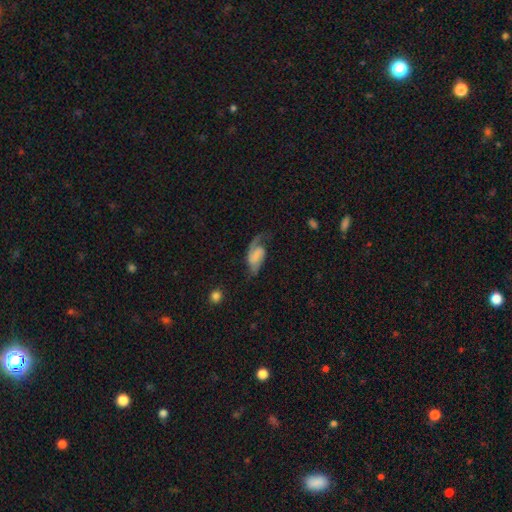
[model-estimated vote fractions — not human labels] Smooth or featured: featured or disk — 69% (smooth — 23%)
Edge-on disk: no — 96% (yes — 4%)
Bar: weak — 41% (no — 37%)
Spiral arms: yes — 92% (no — 8%)
Spiral winding: loose — 45% (medium — 39%)
Spiral arm count: 2 — 62% (1 — 31%)
Bulge size: none — 52% (small — 23%)
Merging: none — 44% (major disturbance — 30%)